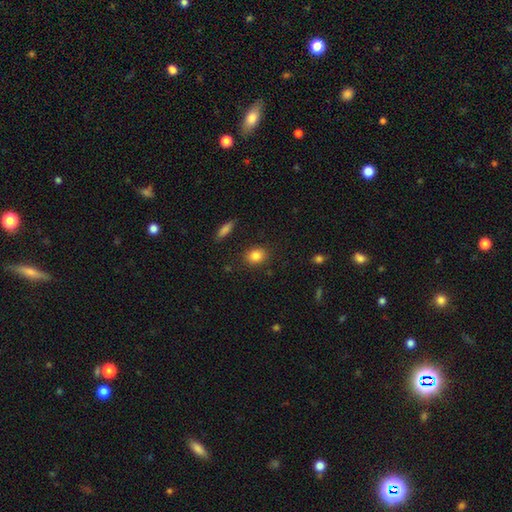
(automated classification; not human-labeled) Overall: smooth (84%). How rounded: round (51%; in between 48%). Merging: none (86%).